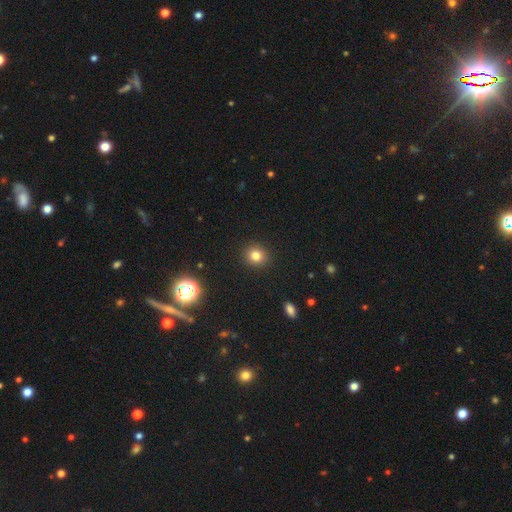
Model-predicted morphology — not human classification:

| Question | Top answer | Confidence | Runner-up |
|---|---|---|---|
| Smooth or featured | smooth | 79% | star or artifact (14%) |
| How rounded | round | 85% | in between (14%) |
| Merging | none | 91% | minor disturbance (6%) |